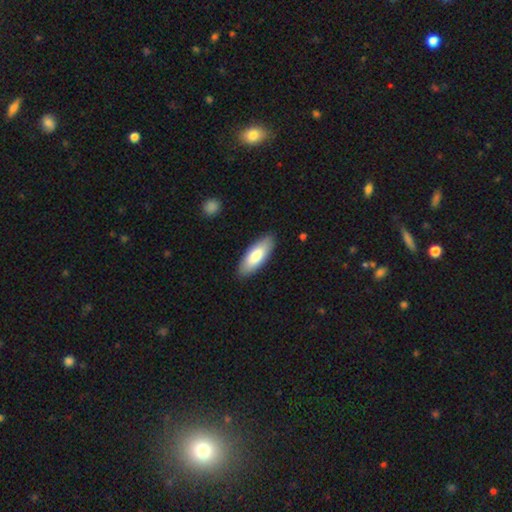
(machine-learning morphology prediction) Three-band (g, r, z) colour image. It shows a smooth galaxy with no disk features (80%) that is in between round and cigar-shaped (72%). Merging: none (88%).